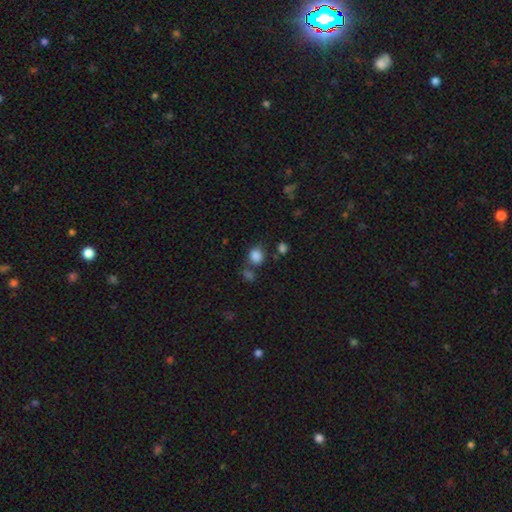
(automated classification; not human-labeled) smooth_or_featured: smooth (p=0.84) [alt: star or artifact p=0.12]
how_rounded: round (p=0.71) [alt: in between p=0.28]
merging: none (p=0.65) [alt: merger p=0.17]